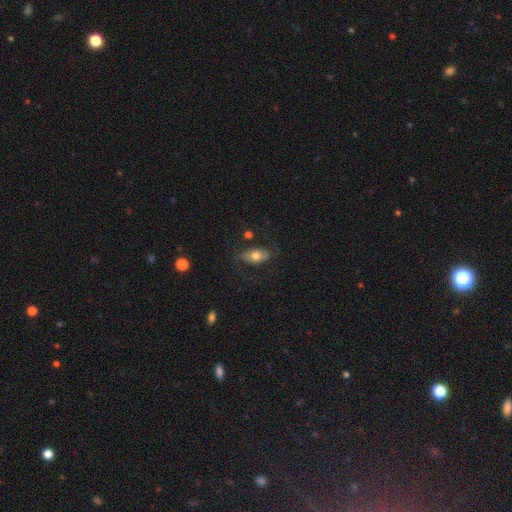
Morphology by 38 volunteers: Smooth or featured? smooth (63%)
How rounded? in between (88%)
Merging? none (76%)